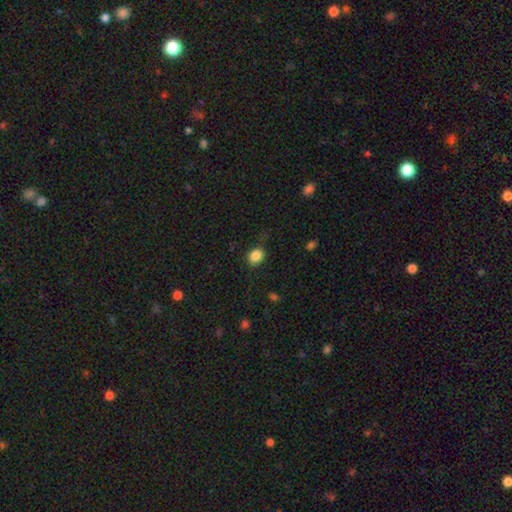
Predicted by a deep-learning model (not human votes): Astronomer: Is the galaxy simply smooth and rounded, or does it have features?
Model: smooth — 84%.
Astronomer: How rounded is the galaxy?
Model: round — 62% (runner-up: in between, 37%).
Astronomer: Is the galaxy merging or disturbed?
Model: none — 77%.